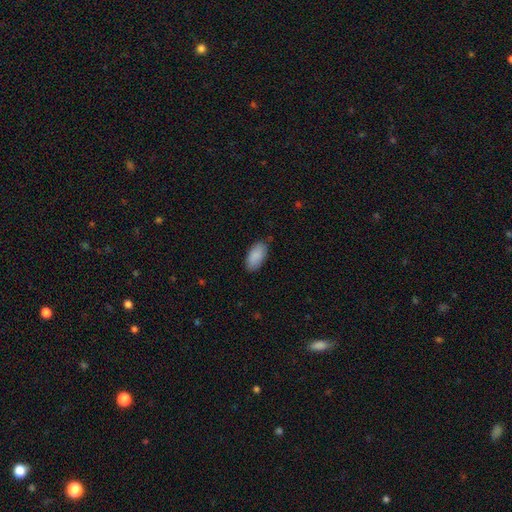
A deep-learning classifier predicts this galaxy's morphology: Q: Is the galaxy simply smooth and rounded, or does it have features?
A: smooth — 90%.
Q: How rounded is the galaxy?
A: in between — 94%.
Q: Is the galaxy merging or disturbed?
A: none — 83%.